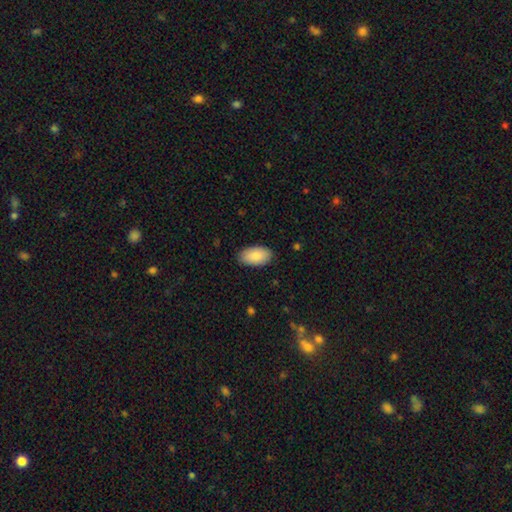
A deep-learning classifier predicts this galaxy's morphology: This appears to be a smooth galaxy with no disk features (87%) that is in between round and cigar-shaped (96%). Merging: none (85%).